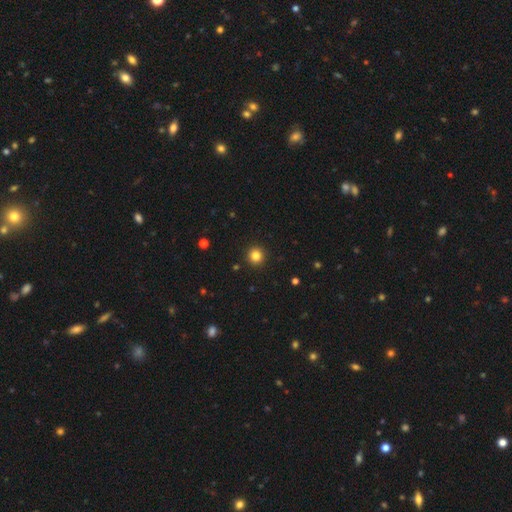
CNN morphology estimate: This is clearly a smooth galaxy (83%). How rounded: clearly round (95%). Merging: clearly none (93%).